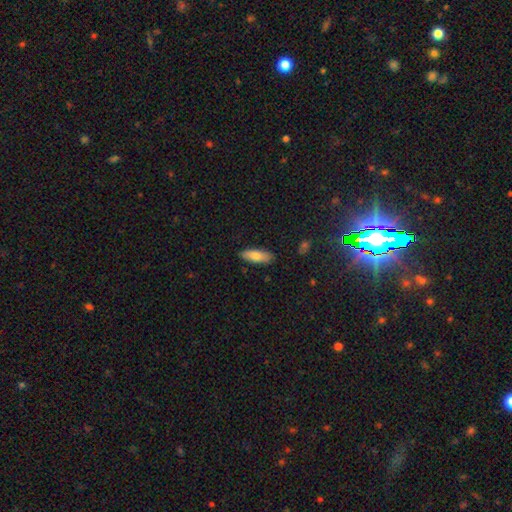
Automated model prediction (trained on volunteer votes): A smooth galaxy with no disk features (75%) that is in between round and cigar-shaped (62%).

Vote fractions:
- Smooth or featured? smooth: 75% / featured or disk: 18% / star or artifact: 6%
- How rounded? in between: 62% / cigar-shaped: 36% / round: 2%
- Merging? none: 85% / minor disturbance: 11% / major disturbance: 2% / merger: 1%